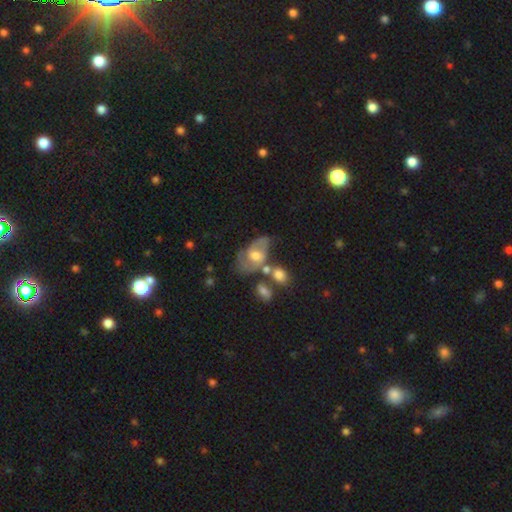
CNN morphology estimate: This appears to be a featured or disk galaxy (54%) with no bar (61%), spiral arms (54%) and a moderate central bulge (67%). Merging: none (33%).